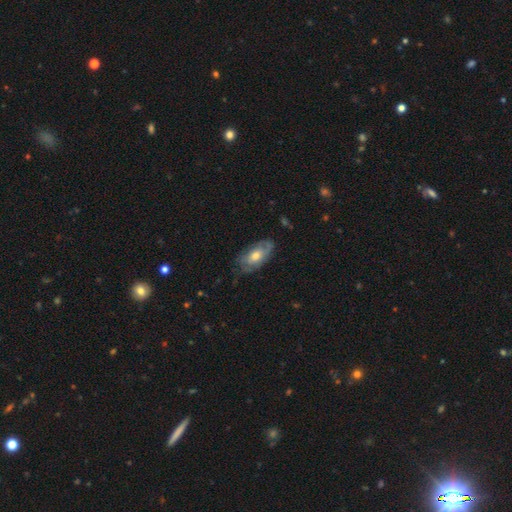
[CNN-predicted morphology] A featured or disk galaxy (56%). Merging: none (67%).